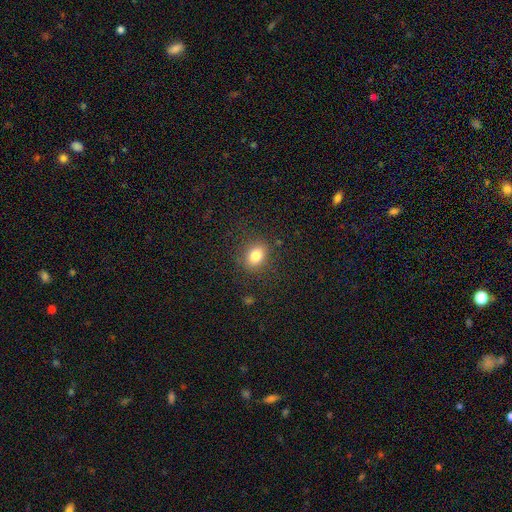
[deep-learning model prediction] smooth-or-featured: smooth: 82% | star or artifact: 11% | featured or disk: 8%
  how-rounded: in between: 68% | round: 31% | cigar-shaped: 1%
  merging: none: 83% | minor disturbance: 11% | major disturbance: 4% | merger: 1%